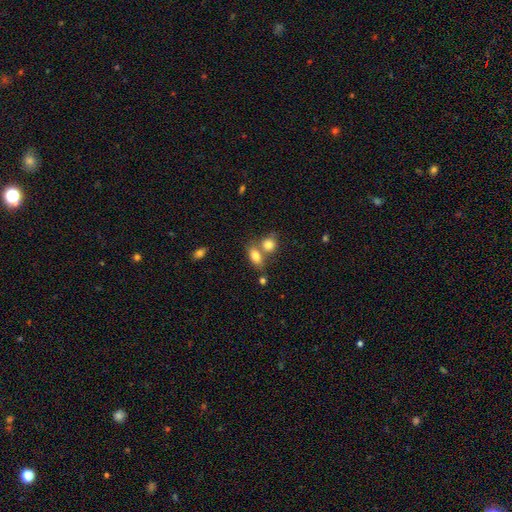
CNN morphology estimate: smooth_or_featured: smooth (p=0.82) [alt: featured or disk p=0.10]
how_rounded: in between (p=0.80) [alt: round p=0.14]
merging: none (p=0.44) [alt: merger p=0.41]